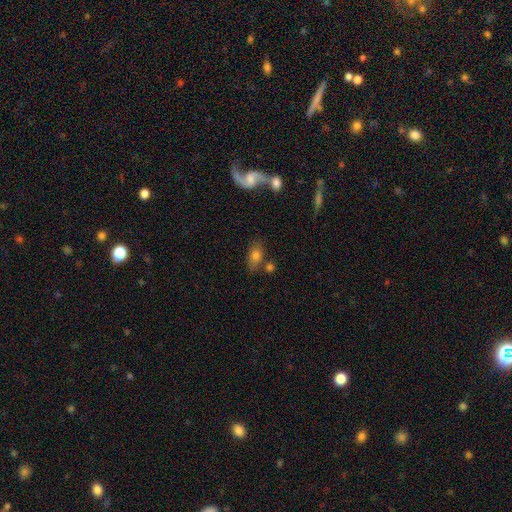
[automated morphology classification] A smooth galaxy with no disk features (72%) that is in between round and cigar-shaped (83%).

Vote fractions:
- Smooth or featured? smooth: 72% / featured or disk: 18% / star or artifact: 10%
- How rounded? in between: 83% / round: 12% / cigar-shaped: 5%
- Merging? none: 63% / merger: 16% / minor disturbance: 16% / major disturbance: 6%